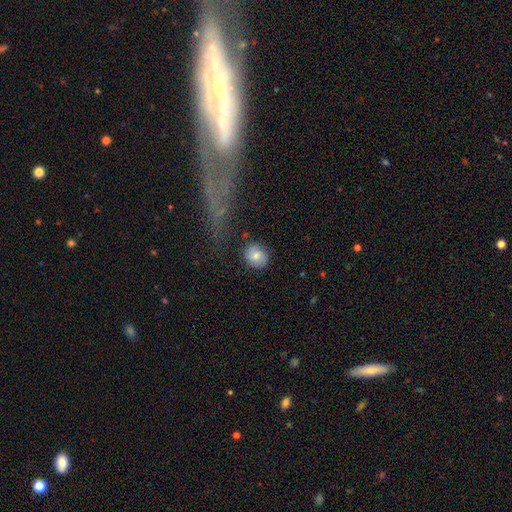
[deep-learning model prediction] This is likely a smooth galaxy (75%). How rounded: likely round (76%). Merging: likely none (76%).